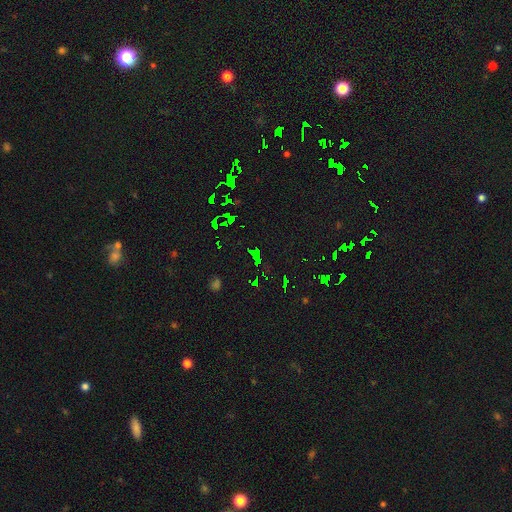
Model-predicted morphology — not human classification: type=star or artifact (77%).